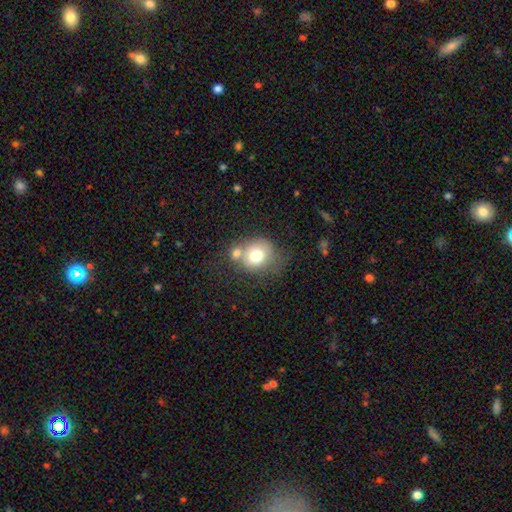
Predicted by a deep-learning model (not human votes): This is likely a smooth galaxy (72%). How rounded: likely round (73%). Merging: marginally none (39%).